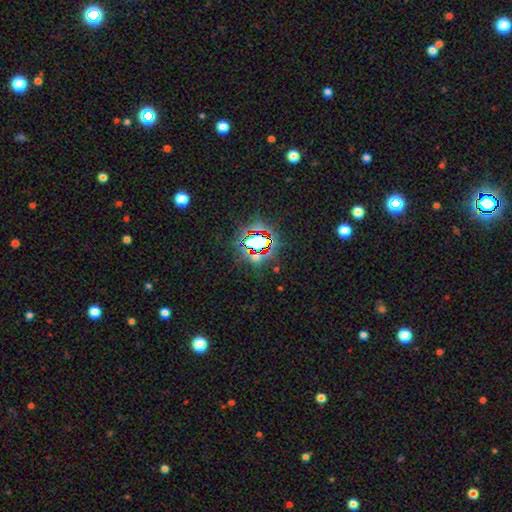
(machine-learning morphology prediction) smooth-or-featured: star or artifact: 72% | smooth: 18% | featured or disk: 10%